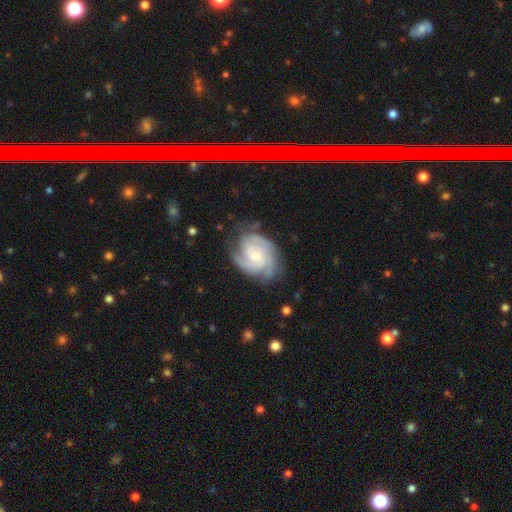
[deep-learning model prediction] A featured or disk galaxy (91%) with no bar (55%), 3 (49%) tight (66%) spiral arms (98%) and a small central bulge (52%). Merging: none (75%).